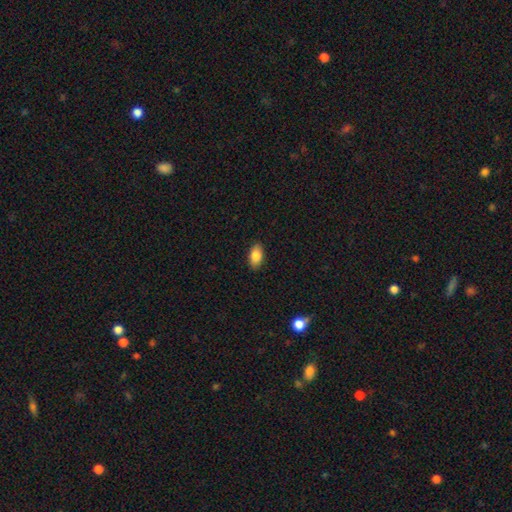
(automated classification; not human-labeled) Morphology: type=smooth (85%); roundness=in between (92%); merging=none (89%).